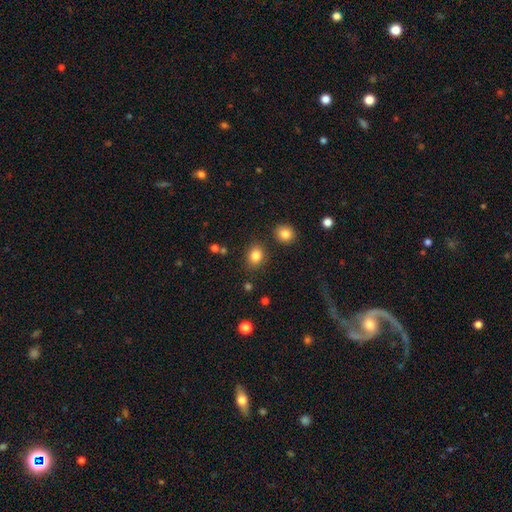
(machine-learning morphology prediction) type=smooth (84%); roundness=round (59%); merging=none (83%).